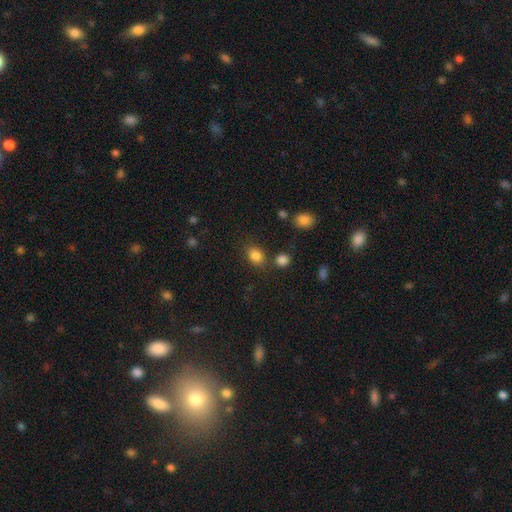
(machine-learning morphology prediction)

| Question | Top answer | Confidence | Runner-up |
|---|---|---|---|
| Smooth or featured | smooth | 83% | star or artifact (11%) |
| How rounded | in between | 66% | round (33%) |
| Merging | none | 73% | minor disturbance (13%) |